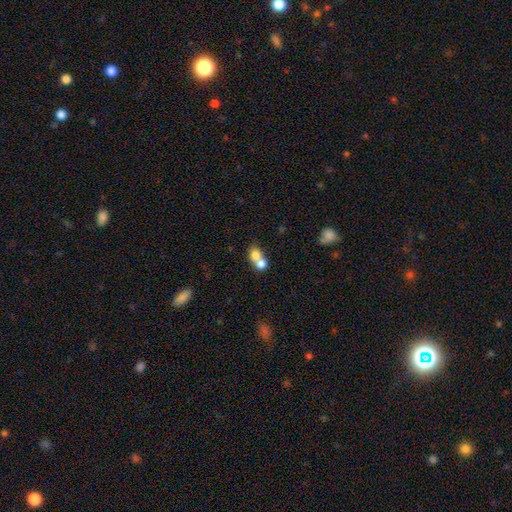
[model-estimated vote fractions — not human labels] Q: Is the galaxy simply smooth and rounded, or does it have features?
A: smooth — 75%.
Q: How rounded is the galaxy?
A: round — 58%.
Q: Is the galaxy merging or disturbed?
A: merger — 69%.